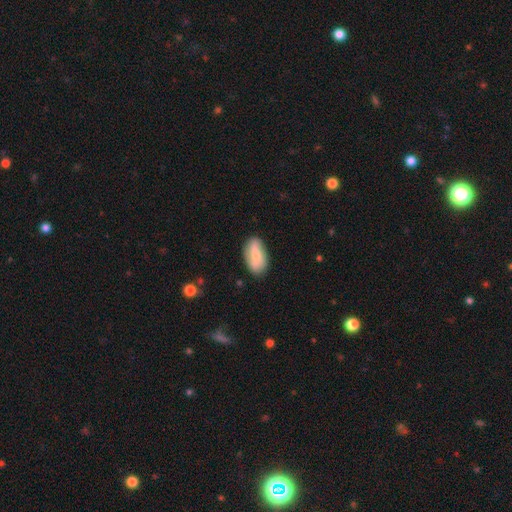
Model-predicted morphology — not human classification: Q: Smooth or featured?
A: smooth (68%); runner-up: featured or disk (25%)
Q: How rounded?
A: in between (90%); runner-up: cigar-shaped (6%)
Q: Merging?
A: none (80%); runner-up: minor disturbance (15%)